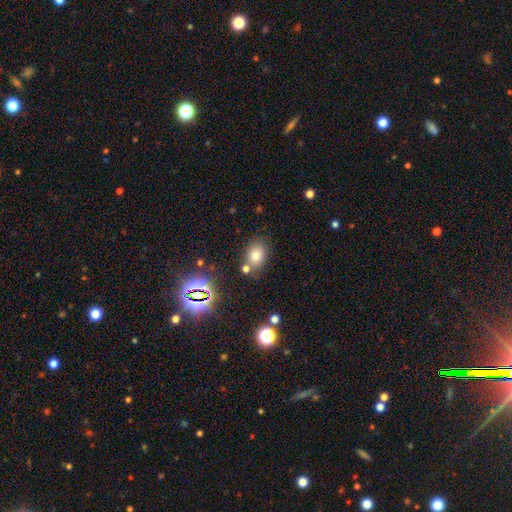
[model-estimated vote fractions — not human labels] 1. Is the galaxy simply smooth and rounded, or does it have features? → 71% smooth, 17% star or artifact, 12% featured or disk.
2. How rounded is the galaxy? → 57% in between, 41% round, 1% cigar-shaped.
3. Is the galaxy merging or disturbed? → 69% none, 14% merger, 13% minor disturbance, 4% major disturbance.